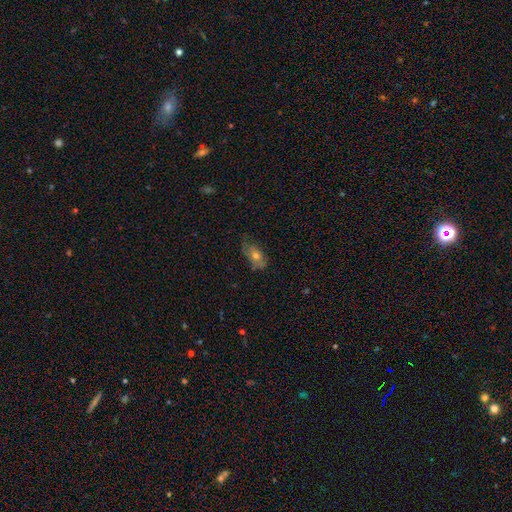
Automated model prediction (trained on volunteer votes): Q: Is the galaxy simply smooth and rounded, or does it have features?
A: smooth — 53%.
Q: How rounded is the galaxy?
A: in between — 83%.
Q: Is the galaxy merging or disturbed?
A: none — 61%.